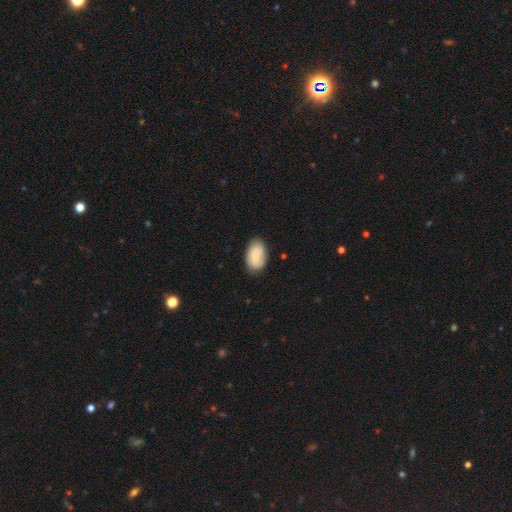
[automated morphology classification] Smooth or featured? Predicted: smooth (p=0.76). How rounded? Predicted: in between (p=0.92). Merging? Predicted: none (p=0.77).